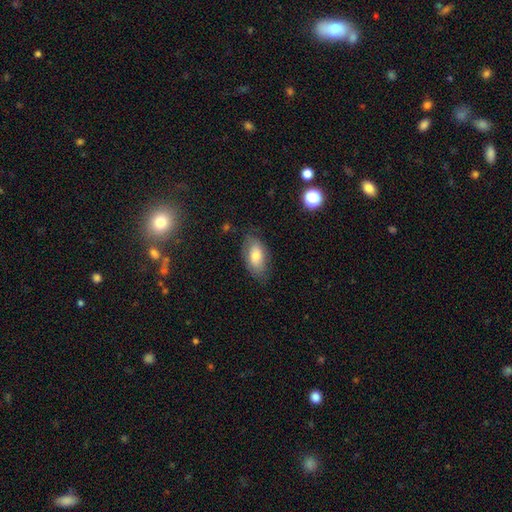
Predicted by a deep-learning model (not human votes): Morphology: type=smooth (75%); roundness=in between (92%); merging=none (75%).